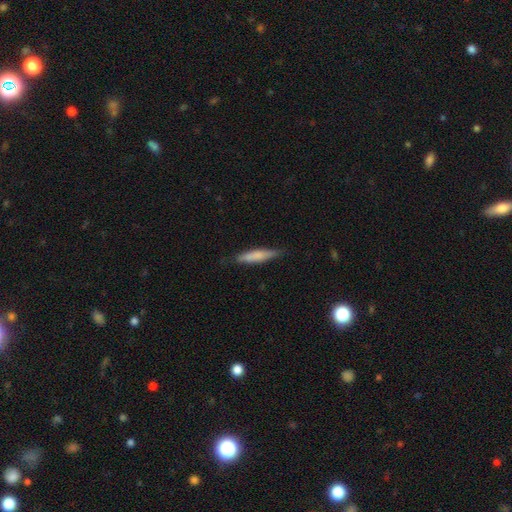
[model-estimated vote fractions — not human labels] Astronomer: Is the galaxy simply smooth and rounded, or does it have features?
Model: smooth — 70%.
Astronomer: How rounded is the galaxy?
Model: cigar-shaped — 87%.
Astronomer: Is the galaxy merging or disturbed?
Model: none — 82%.